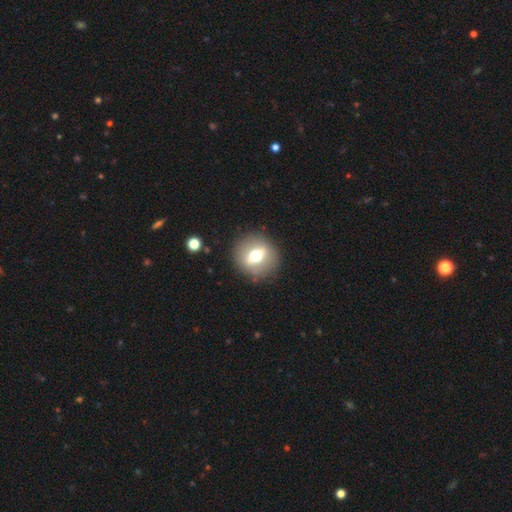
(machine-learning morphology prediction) Q: Smooth or featured?
A: featured or disk (46%); runner-up: smooth (45%)
Q: Merging?
A: none (87%); runner-up: minor disturbance (8%)